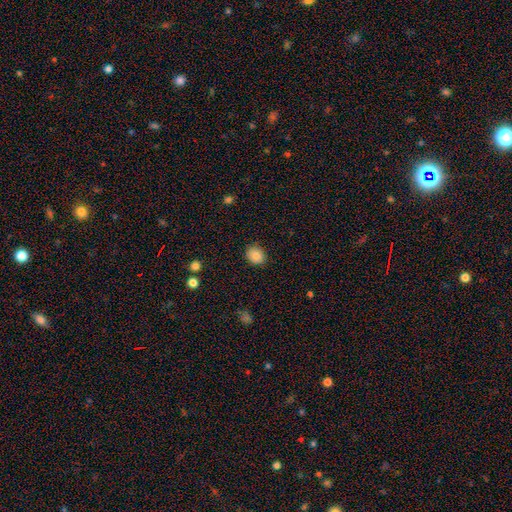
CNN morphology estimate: type=smooth (86%); roundness=round (59%); merging=none (86%).